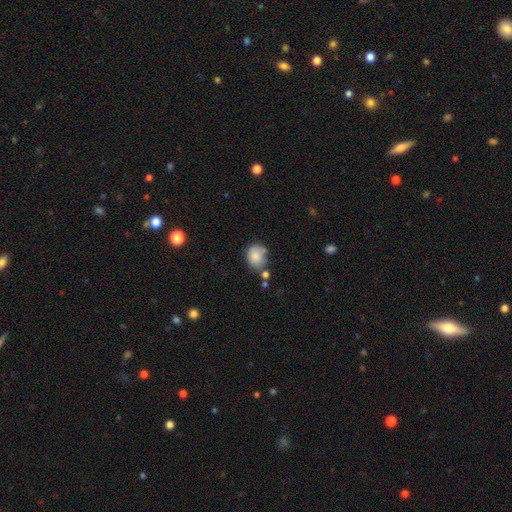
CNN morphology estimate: A smooth galaxy with no disk features (84%) that is round (59%). Merging: none (55%).